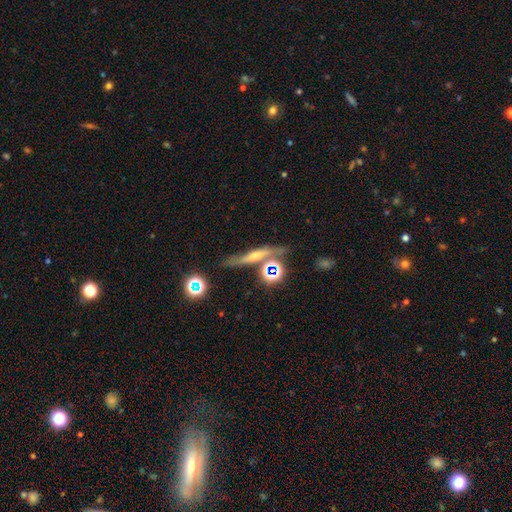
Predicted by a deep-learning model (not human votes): This appears to be a featured or disk galaxy (52%) viewed edge-on (81%). Merging: none (63%).